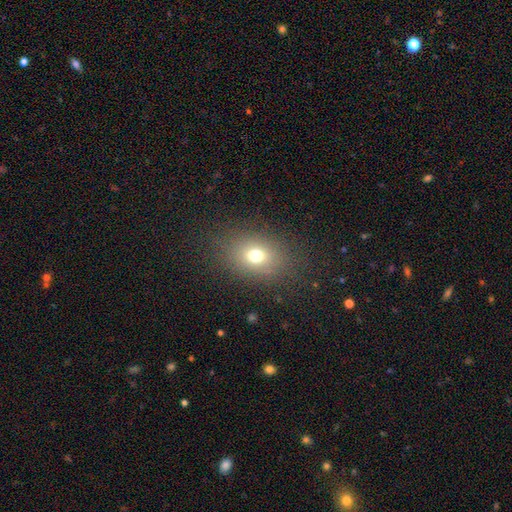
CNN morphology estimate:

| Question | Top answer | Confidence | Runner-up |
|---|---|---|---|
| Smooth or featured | smooth | 70% | star or artifact (16%) |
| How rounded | in between | 60% | round (39%) |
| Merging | none | 82% | minor disturbance (11%) |